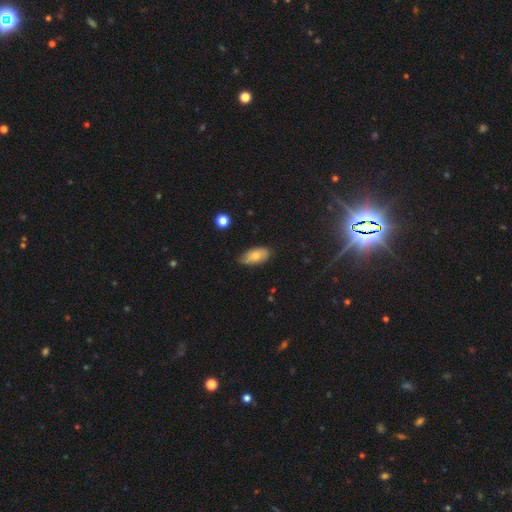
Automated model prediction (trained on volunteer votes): smooth-or-featured: smooth: 71% | featured or disk: 22% | star or artifact: 8%
  how-rounded: in between: 93% | cigar-shaped: 4% | round: 4%
  merging: none: 72% | minor disturbance: 24% | major disturbance: 3% | merger: 1%